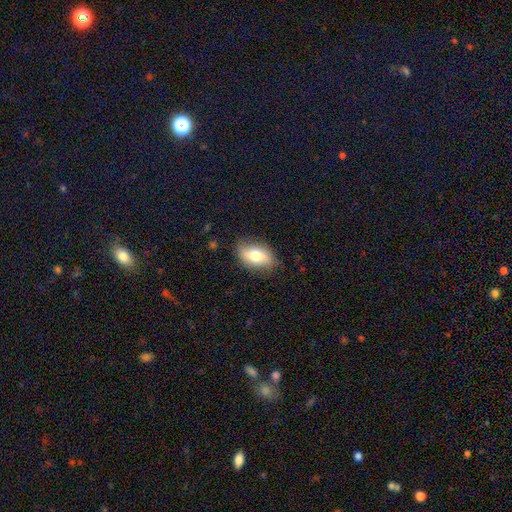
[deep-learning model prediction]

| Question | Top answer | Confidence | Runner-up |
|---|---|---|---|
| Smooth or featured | smooth | 70% | featured or disk (23%) |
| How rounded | in between | 88% | round (8%) |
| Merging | none | 79% | minor disturbance (16%) |